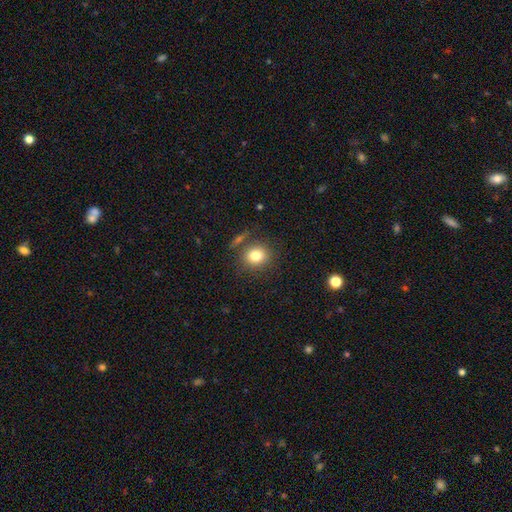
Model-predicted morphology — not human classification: The model was most divided on "how rounded": round: 76%, in between: 22%, cigar-shaped: 1%. More confident: smooth or featured — smooth (80%); merging — none (78%).